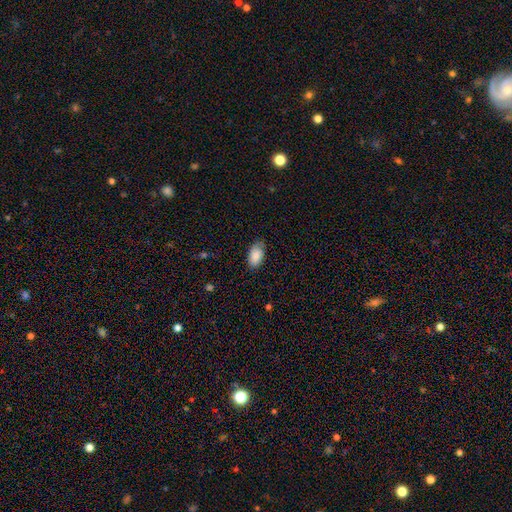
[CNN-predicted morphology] smooth-or-featured: smooth: 88% | star or artifact: 6% | featured or disk: 6%
  how-rounded: in between: 94% | round: 4% | cigar-shaped: 2%
  merging: none: 73% | minor disturbance: 22% | major disturbance: 4% | merger: 1%